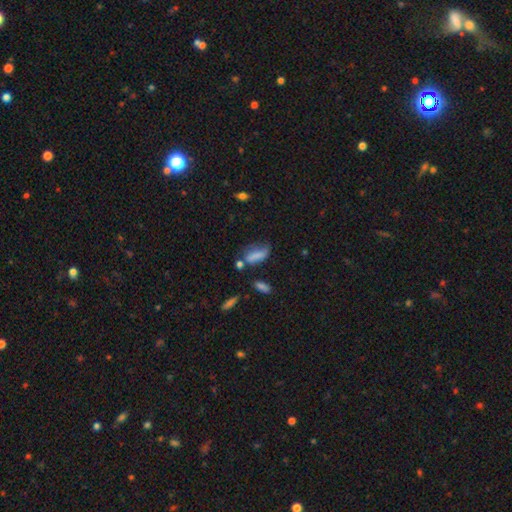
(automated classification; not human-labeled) A smooth galaxy with no disk features (70%) that is in between round and cigar-shaped (75%). Merging: none (37%).